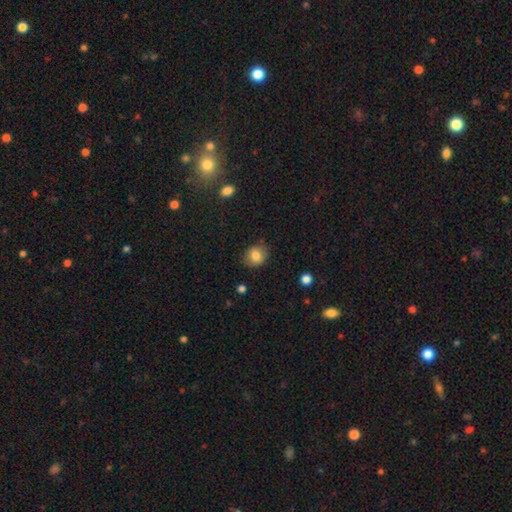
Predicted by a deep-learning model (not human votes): The model was most divided on "how rounded": round: 72%, in between: 27%, cigar-shaped: 1%. More confident: merging — none (83%); smooth or featured — smooth (83%).